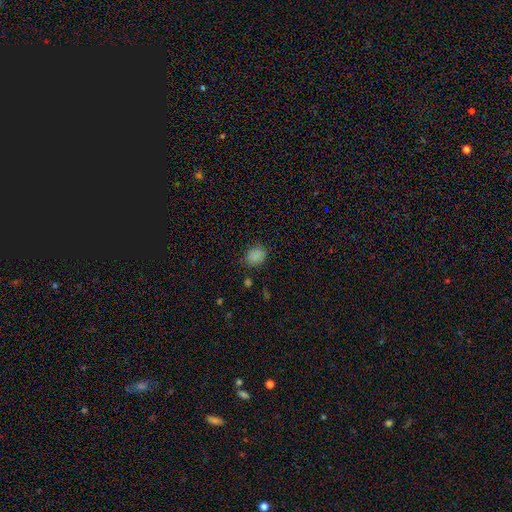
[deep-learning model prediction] smooth_or_featured: smooth (p=0.84) [alt: star or artifact p=0.12]
how_rounded: round (p=0.51) [alt: in between p=0.48]
merging: none (p=0.80) [alt: minor disturbance p=0.15]